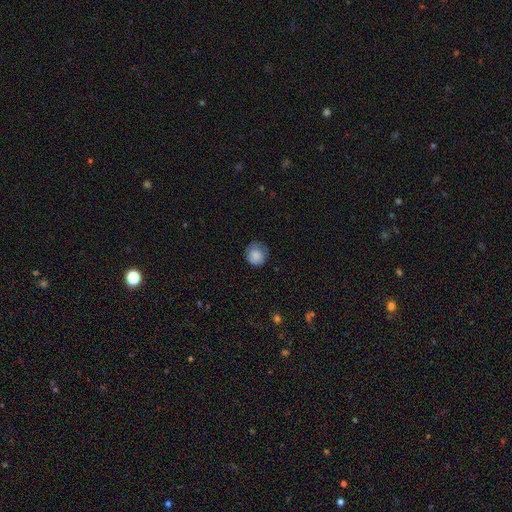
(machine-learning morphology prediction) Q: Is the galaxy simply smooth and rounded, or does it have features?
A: smooth — 83%.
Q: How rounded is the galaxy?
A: round — 88%.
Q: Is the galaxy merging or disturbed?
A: none — 69%.